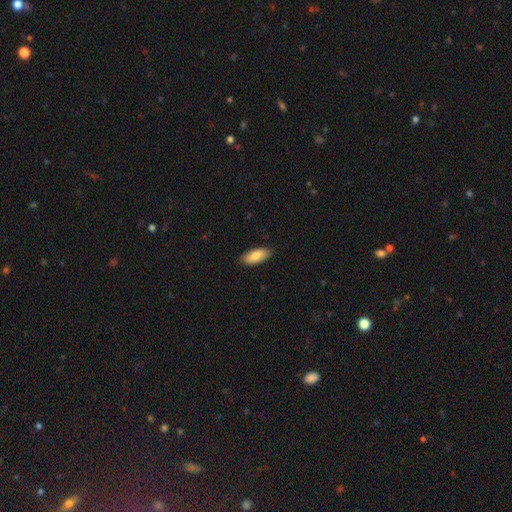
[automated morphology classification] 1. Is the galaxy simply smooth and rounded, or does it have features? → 85% smooth, 9% featured or disk, 6% star or artifact.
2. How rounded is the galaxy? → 86% in between, 12% cigar-shaped, 2% round.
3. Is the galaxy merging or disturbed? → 88% none, 10% minor disturbance, 2% major disturbance, 1% merger.